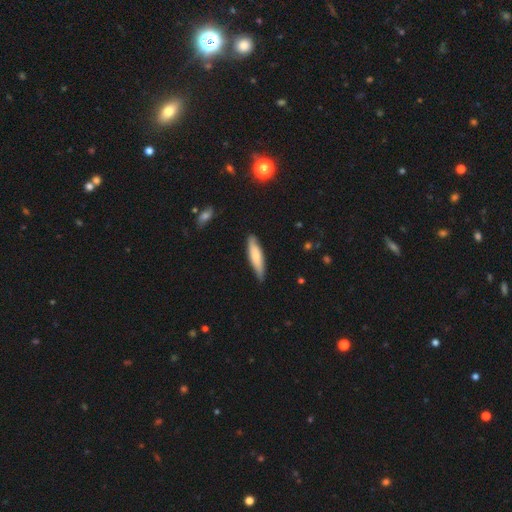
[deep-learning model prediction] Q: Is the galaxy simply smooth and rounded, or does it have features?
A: smooth — 68%.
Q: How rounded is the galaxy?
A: cigar-shaped — 72%.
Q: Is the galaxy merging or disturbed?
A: none — 77%.